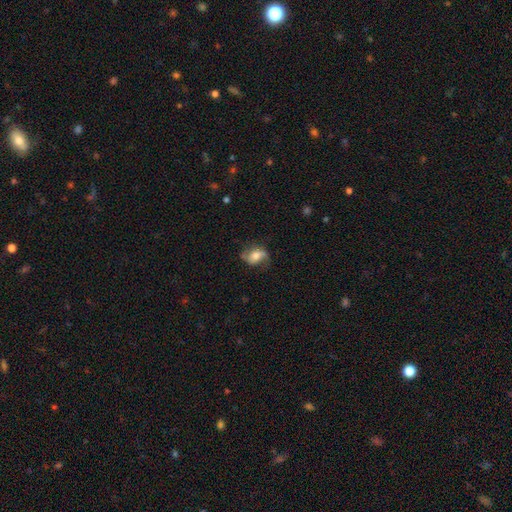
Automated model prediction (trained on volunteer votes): smooth_or_featured: featured or disk (p=0.48) [alt: smooth p=0.43]
merging: none (p=0.61) [alt: minor disturbance p=0.25]